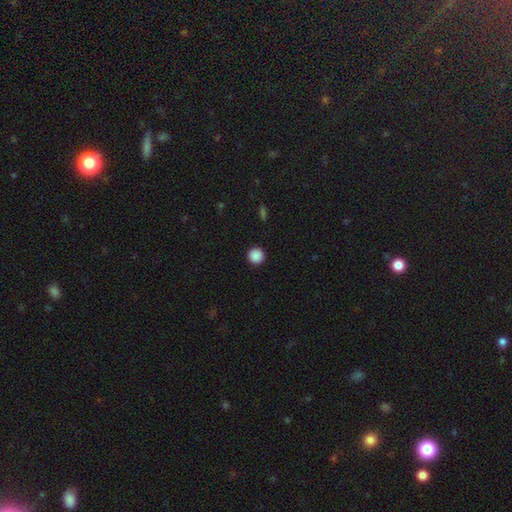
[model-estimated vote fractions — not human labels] Q: Smooth or featured?
A: smooth (89%); runner-up: star or artifact (9%)
Q: How rounded?
A: round (96%); runner-up: in between (3%)
Q: Merging?
A: none (93%); runner-up: minor disturbance (4%)